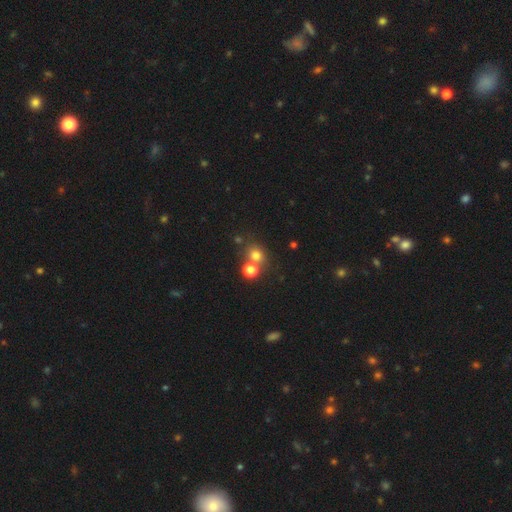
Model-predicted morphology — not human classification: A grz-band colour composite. It shows a smooth galaxy with no disk features (73%) that is round (80%). Merging: none (56%).